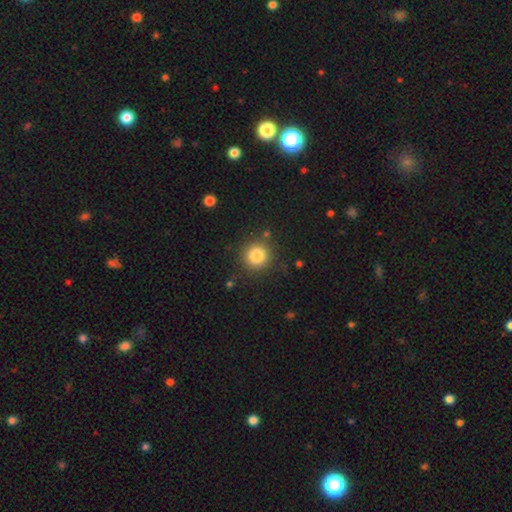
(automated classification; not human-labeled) Smooth or featured: smooth — 83% (star or artifact — 11%)
How rounded: round — 94% (in between — 5%)
Merging: none — 87% (minor disturbance — 8%)